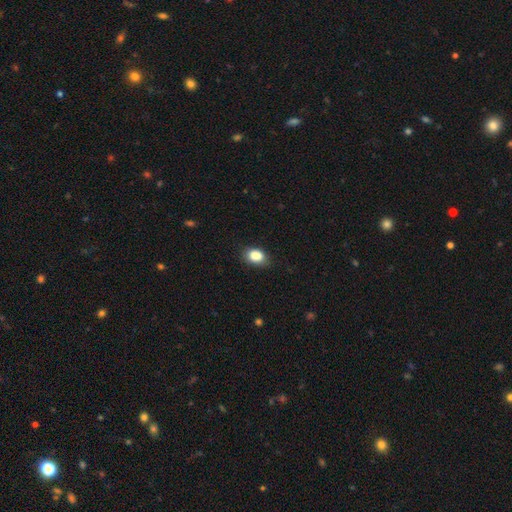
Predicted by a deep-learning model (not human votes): Smooth or featured? smooth (86%)
How rounded? in between (76%)
Merging? none (75%)